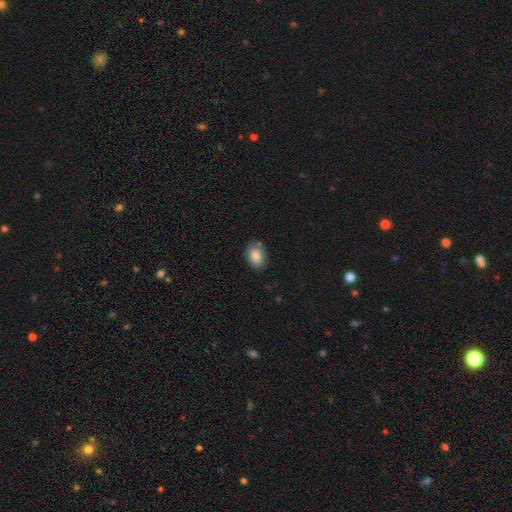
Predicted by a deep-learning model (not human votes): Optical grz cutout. It shows a smooth galaxy with no disk features (85%) that is in between round and cigar-shaped (77%). Merging: none (80%).